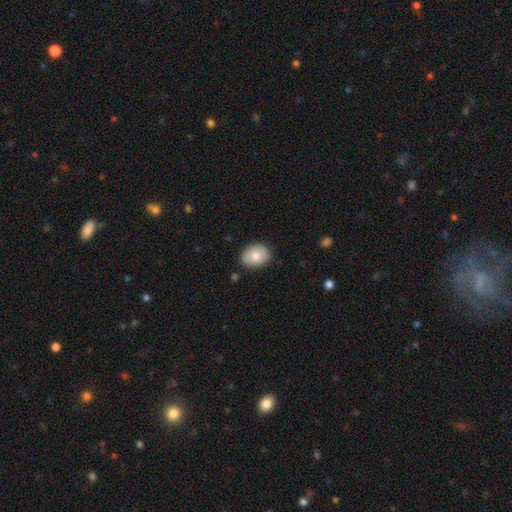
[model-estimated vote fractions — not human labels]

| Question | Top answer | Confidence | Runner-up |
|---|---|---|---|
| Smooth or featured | smooth | 78% | featured or disk (15%) |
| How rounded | in between | 56% | round (43%) |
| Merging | none | 81% | minor disturbance (15%) |